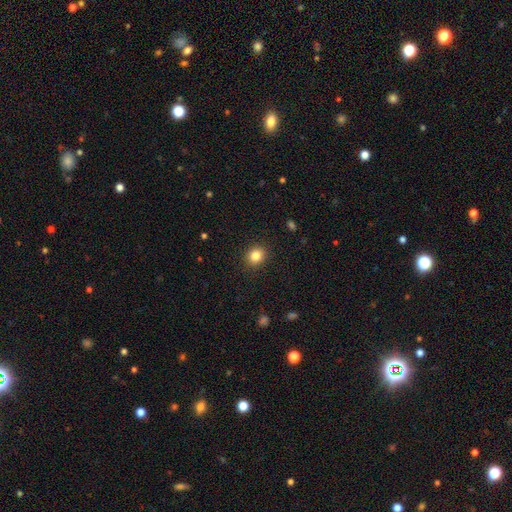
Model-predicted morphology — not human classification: Overall: smooth (84%). How rounded: round (75%). Merging: none (91%).